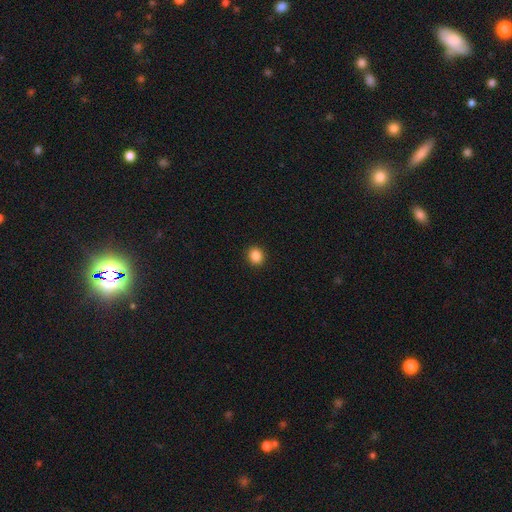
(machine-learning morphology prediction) Overall: smooth (87%). How rounded: round (76%). Merging: none (92%).